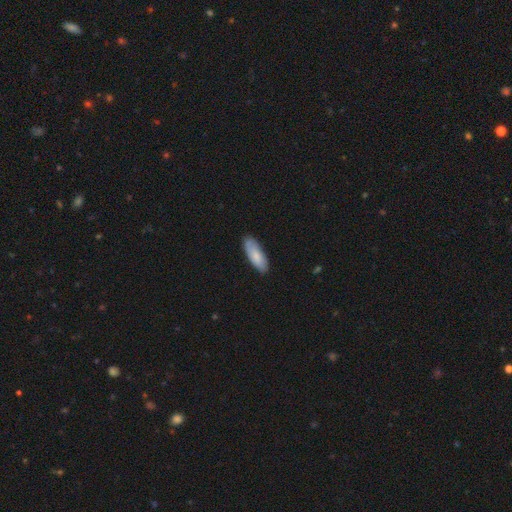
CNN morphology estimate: A smooth galaxy with no disk features (78%) that is in between round and cigar-shaped (65%).

Vote fractions:
- Smooth or featured? smooth: 78% / featured or disk: 17% / star or artifact: 5%
- How rounded? in between: 65% / cigar-shaped: 33% / round: 2%
- Merging? none: 82% / minor disturbance: 14% / major disturbance: 2% / merger: 1%